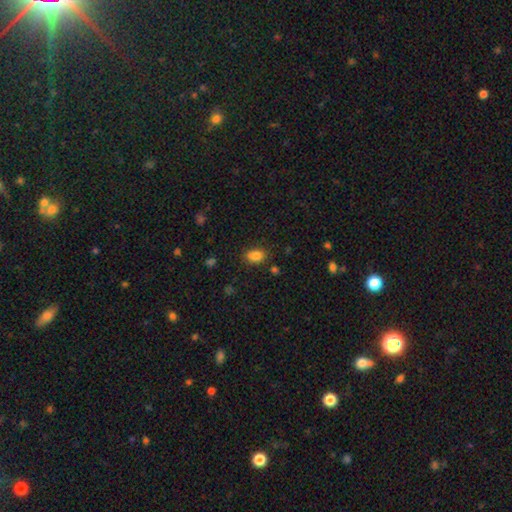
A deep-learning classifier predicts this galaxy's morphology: A smooth galaxy with no disk features (83%) that is in between round and cigar-shaped (77%). Merging: none (71%).